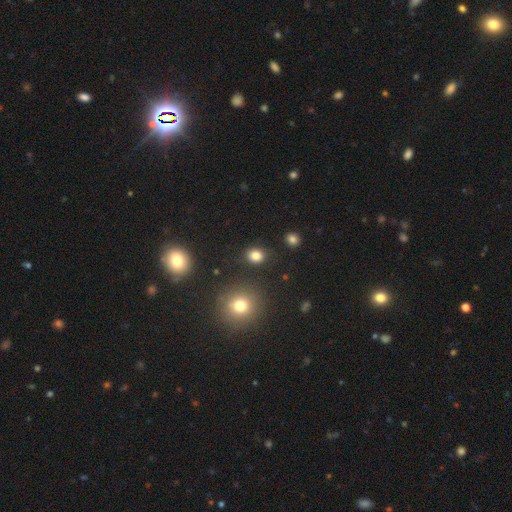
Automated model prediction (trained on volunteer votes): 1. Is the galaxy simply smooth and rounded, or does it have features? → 83% smooth, 13% star or artifact, 5% featured or disk.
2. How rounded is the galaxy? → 60% round, 39% in between, 1% cigar-shaped.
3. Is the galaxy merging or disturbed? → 87% none, 8% minor disturbance, 3% major disturbance, 3% merger.